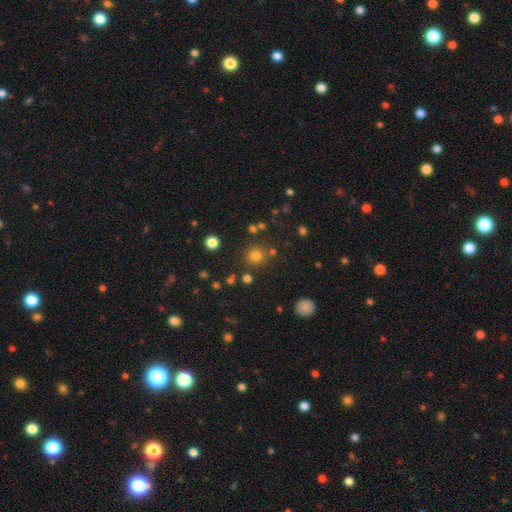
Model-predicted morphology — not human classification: Smooth or featured?
  - smooth: 76% *
  - star or artifact: 18%
  - featured or disk: 6%
How rounded?
  - round: 92% *
  - in between: 8%
  - cigar-shaped: 1%
Merging?
  - none: 82% *
  - minor disturbance: 8%
  - merger: 7%
  - major disturbance: 3%